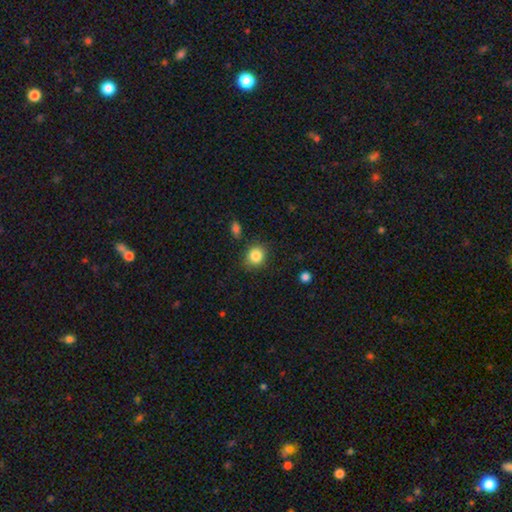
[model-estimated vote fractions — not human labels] Smooth or featured?
  - smooth: 85% *
  - star or artifact: 10%
  - featured or disk: 6%
How rounded?
  - round: 78% *
  - in between: 21%
  - cigar-shaped: 1%
Merging?
  - none: 82% *
  - minor disturbance: 12%
  - major disturbance: 3%
  - merger: 3%